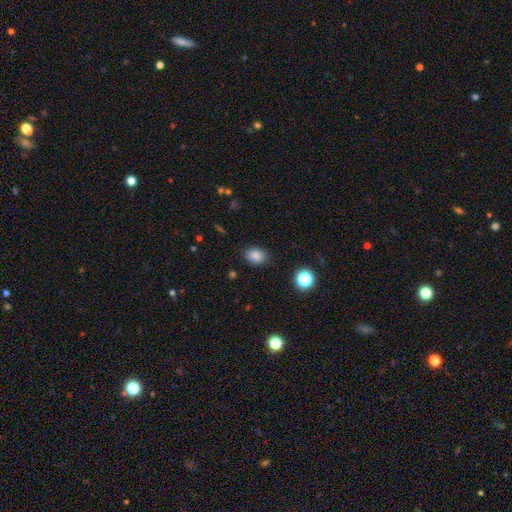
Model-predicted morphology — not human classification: Q: Smooth or featured?
A: smooth (84%); runner-up: star or artifact (12%)
Q: How rounded?
A: in between (64%); runner-up: round (35%)
Q: Merging?
A: none (84%); runner-up: minor disturbance (11%)